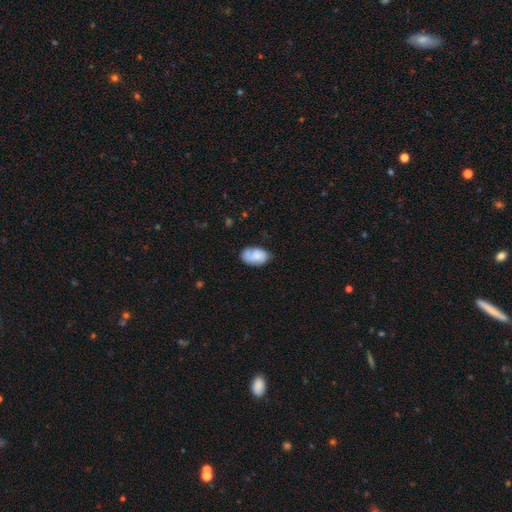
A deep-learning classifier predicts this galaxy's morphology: Smooth or featured?
  - smooth: 69% *
  - featured or disk: 23%
  - star or artifact: 7%
How rounded?
  - in between: 91% *
  - round: 7%
  - cigar-shaped: 1%
Merging?
  - none: 61% *
  - minor disturbance: 27%
  - major disturbance: 8%
  - merger: 4%